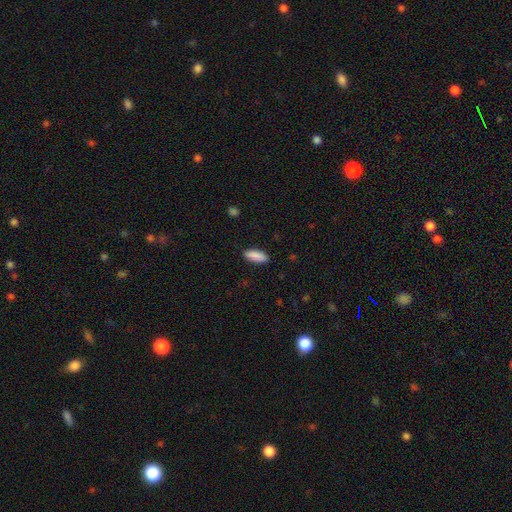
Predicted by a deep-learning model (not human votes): Morphology: type=smooth (90%); roundness=in between (71%); merging=none (89%).